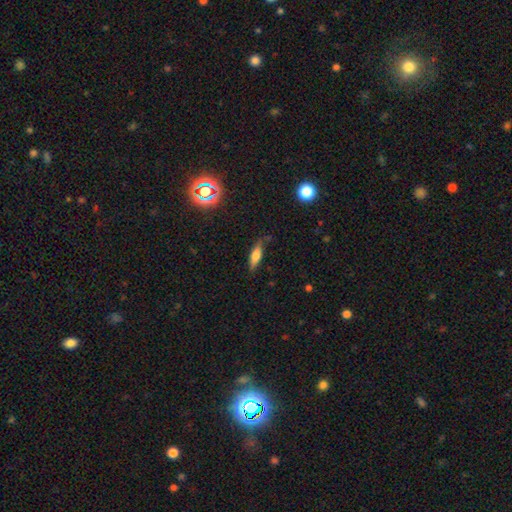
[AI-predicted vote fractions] Smooth or featured: smooth — 56% (featured or disk — 35%)
How rounded: cigar-shaped — 56% (in between — 41%)
Merging: none — 75% (minor disturbance — 18%)